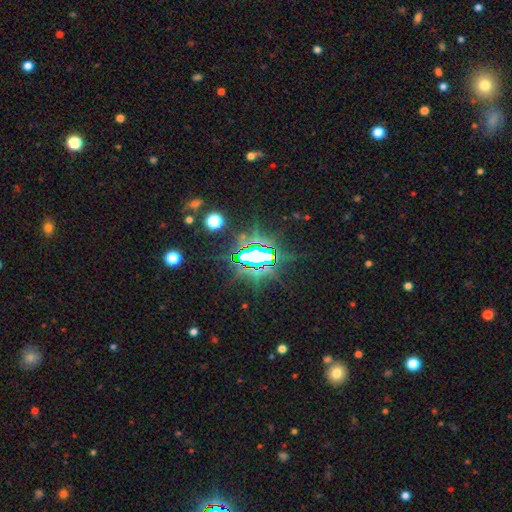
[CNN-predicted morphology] type=star or artifact (79%).